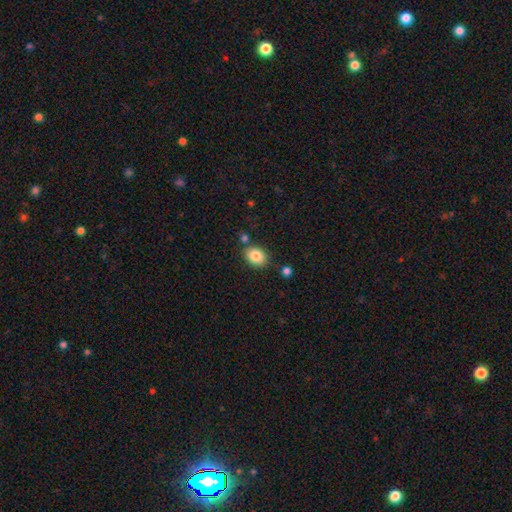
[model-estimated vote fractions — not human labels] Overall: smooth (84%). How rounded: in between (63%; round 36%). Merging: none (79%).